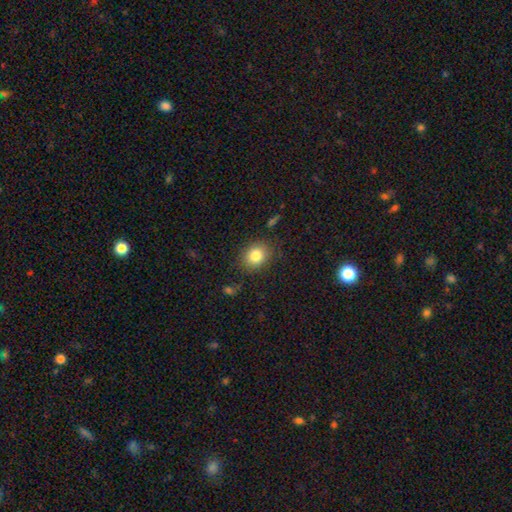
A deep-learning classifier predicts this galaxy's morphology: Smooth or featured? smooth (82%)
How rounded? round (58%)
Merging? none (82%)